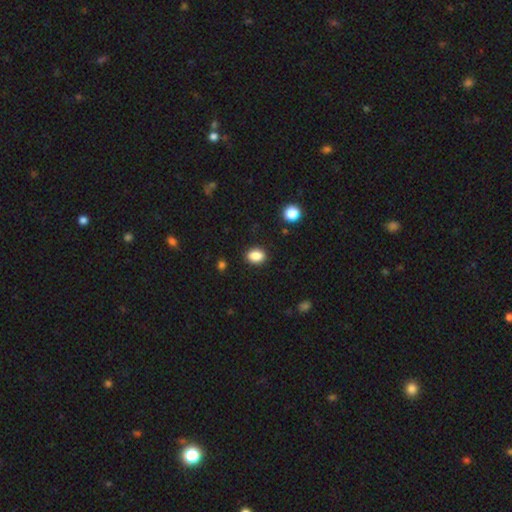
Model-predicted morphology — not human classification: Smooth or featured? Predicted: smooth (p=0.87). How rounded? Predicted: in between (p=0.70). Merging? Predicted: none (p=0.88).